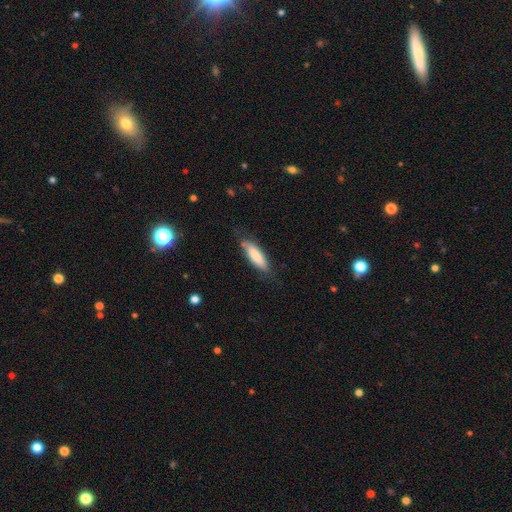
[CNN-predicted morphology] This appears to be a smooth galaxy with no disk features (80%) that is cigar-shaped (52%). Merging: none (74%).